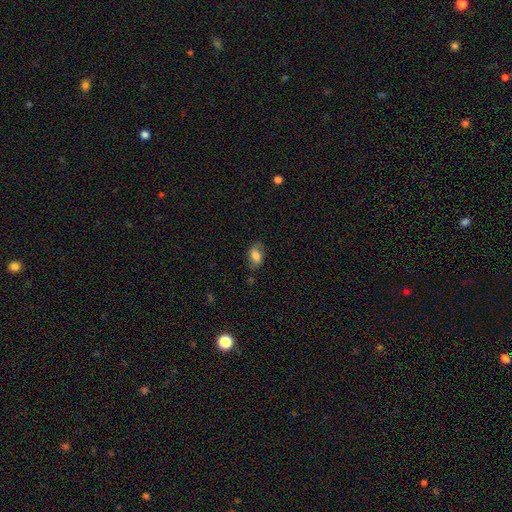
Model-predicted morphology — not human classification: smooth 66%, featured or disk 25%, star or artifact 8%. Down the decision tree: how rounded — in between (86%); merging — none (70%).